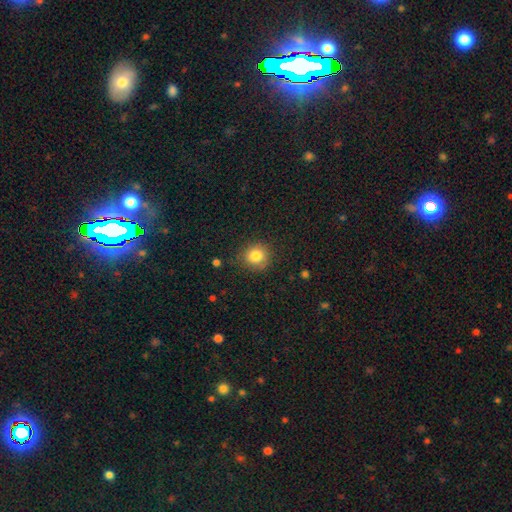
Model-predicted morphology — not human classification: The model was most divided on "smooth or featured": smooth: 83%, star or artifact: 11%, featured or disk: 6%. More confident: how rounded — round (89%); merging — none (84%).